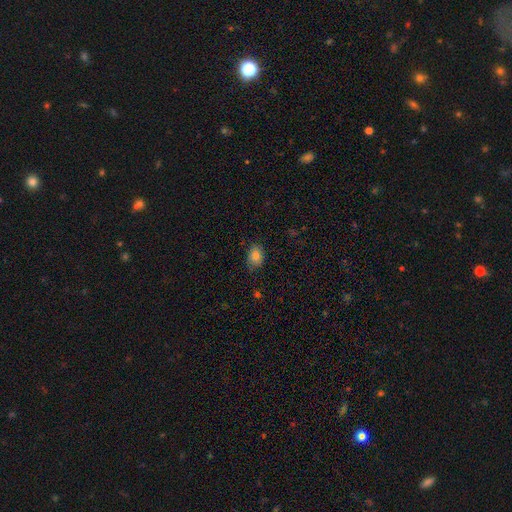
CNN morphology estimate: This appears to be a smooth galaxy with no disk features (83%) that is in between round and cigar-shaped (75%). Merging: none (76%).